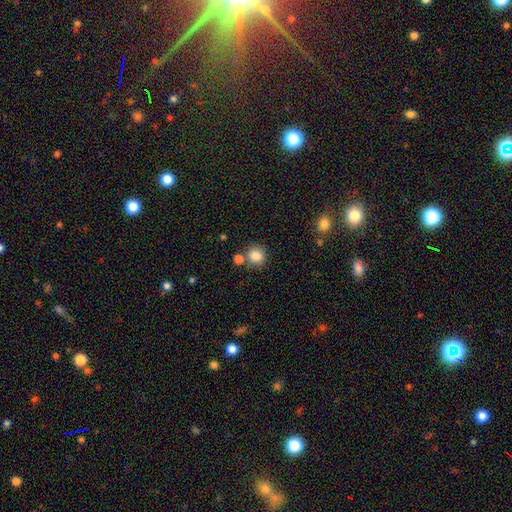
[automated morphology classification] Smooth or featured? smooth (83%)
How rounded? round (85%)
Merging? none (73%)